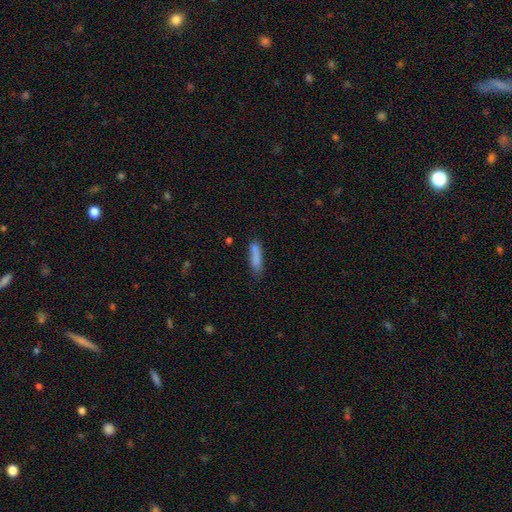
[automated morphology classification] smooth-or-featured: smooth: 82% | featured or disk: 10% | star or artifact: 8%
  how-rounded: cigar-shaped: 71% | in between: 27% | round: 2%
  merging: none: 63% | minor disturbance: 24% | major disturbance: 7% | merger: 6%